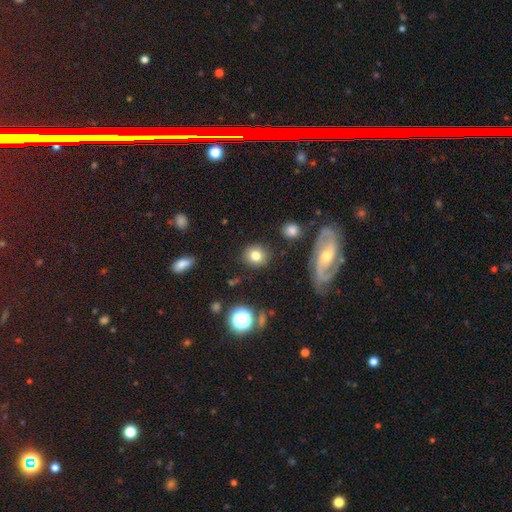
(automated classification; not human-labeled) smooth 78%, star or artifact 11%, featured or disk 10%. Down the decision tree: how rounded — round (75%); merging — none (85%).